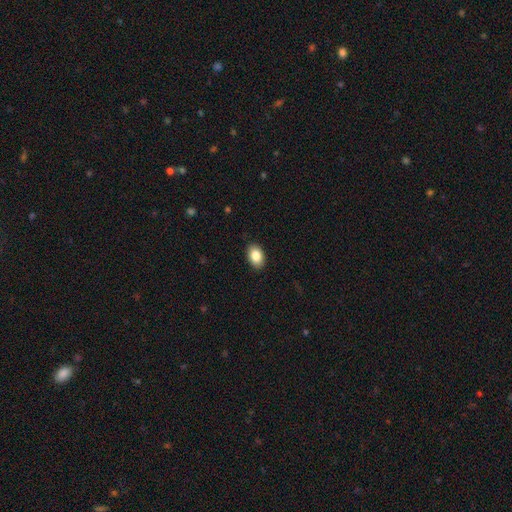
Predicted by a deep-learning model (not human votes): The model was most divided on "how rounded": in between: 86%, round: 13%, cigar-shaped: 1%. More confident: merging — none (89%); smooth or featured — smooth (86%).